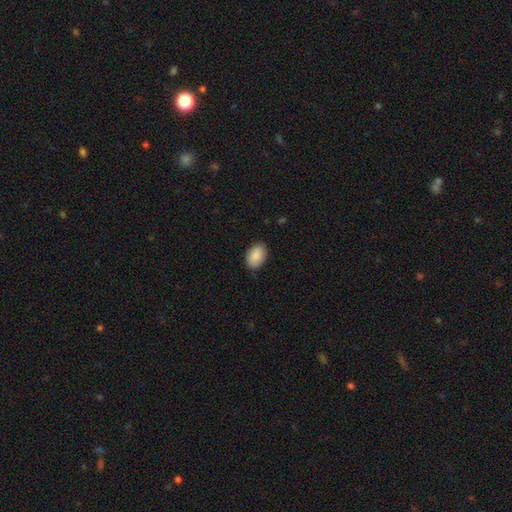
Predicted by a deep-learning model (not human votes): Q: Smooth or featured?
A: smooth (90%); runner-up: star or artifact (6%)
Q: How rounded?
A: in between (90%); runner-up: round (9%)
Q: Merging?
A: none (86%); runner-up: minor disturbance (11%)